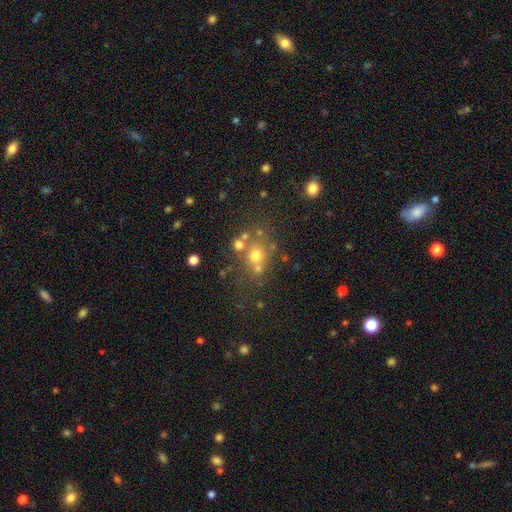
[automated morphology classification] Smooth or featured? Predicted: smooth (p=0.53). How rounded? Predicted: round (p=0.74). Merging? Predicted: none (p=0.57).